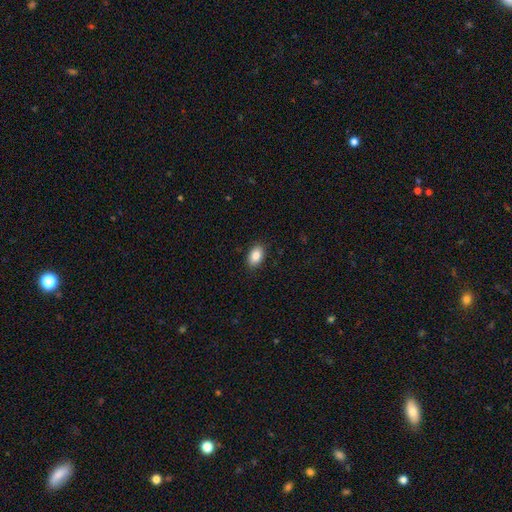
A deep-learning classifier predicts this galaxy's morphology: A smooth galaxy with no disk features (86%) that is in between round and cigar-shaped (91%).

Vote fractions:
- Smooth or featured? smooth: 86% / star or artifact: 8% / featured or disk: 6%
- How rounded? in between: 91% / round: 7% / cigar-shaped: 2%
- Merging? none: 88% / minor disturbance: 9% / major disturbance: 2% / merger: 1%